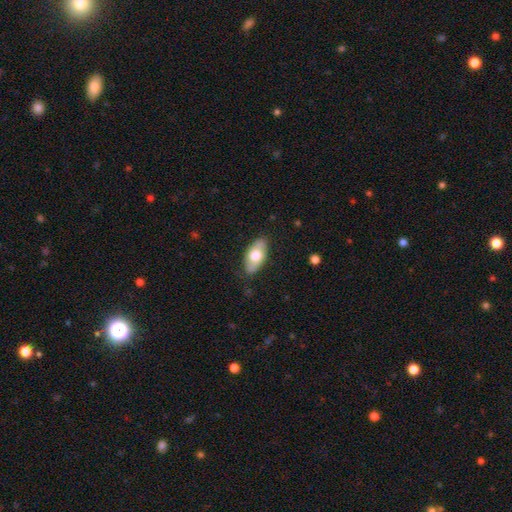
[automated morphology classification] This appears to be a smooth galaxy with no disk features (65%) that is in between round and cigar-shaped (90%). Merging: none (83%).